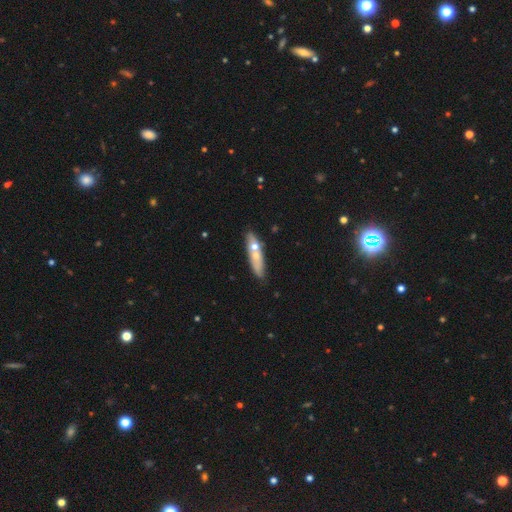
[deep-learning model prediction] Smooth or featured? Predicted: smooth (p=0.48). Merging? Predicted: none (p=0.64).